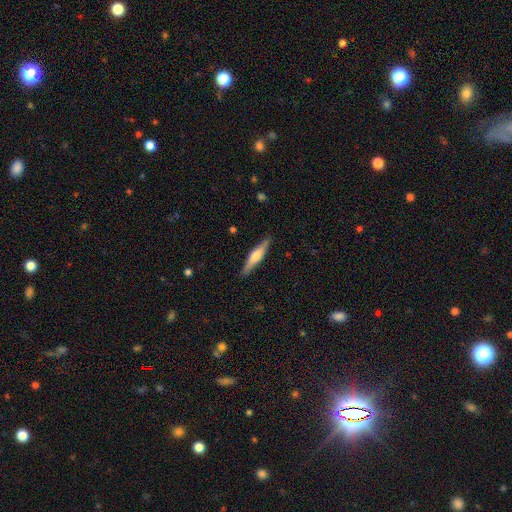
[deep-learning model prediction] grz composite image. It shows a smooth galaxy with no disk features (48%). Merging: none (89%).